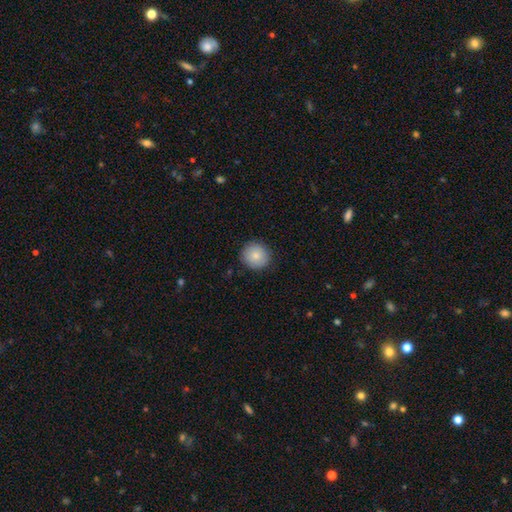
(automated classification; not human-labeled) This appears to be a smooth galaxy with no disk features (83%) that is round (92%). Merging: none (89%).